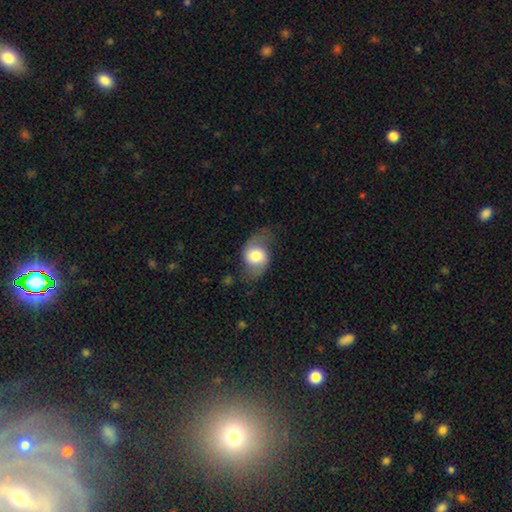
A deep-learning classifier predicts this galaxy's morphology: Smooth or featured? Predicted: smooth (p=0.47). Merging? Predicted: none (p=0.59).